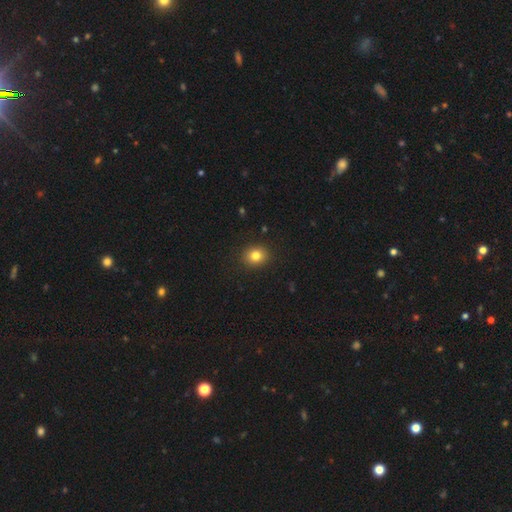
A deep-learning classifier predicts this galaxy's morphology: Q: Smooth or featured?
A: smooth (81%); runner-up: star or artifact (11%)
Q: How rounded?
A: round (71%); runner-up: in between (28%)
Q: Merging?
A: none (91%); runner-up: minor disturbance (6%)